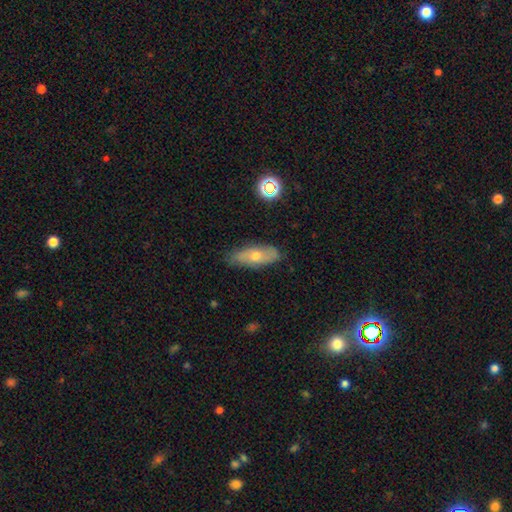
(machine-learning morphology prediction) type=smooth (53%); roundness=in between (70%); merging=none (78%).